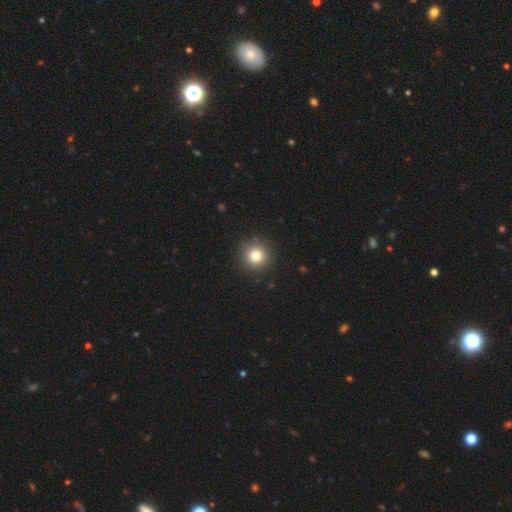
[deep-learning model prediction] This is clearly a smooth galaxy (81%). How rounded: clearly round (95%). Merging: clearly none (91%).